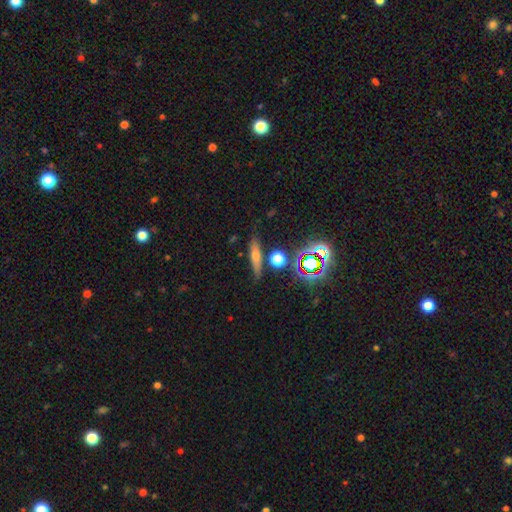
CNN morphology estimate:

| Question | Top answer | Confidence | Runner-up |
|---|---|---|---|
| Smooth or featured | smooth | 48% | featured or disk (34%) |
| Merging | none | 81% | minor disturbance (11%) |